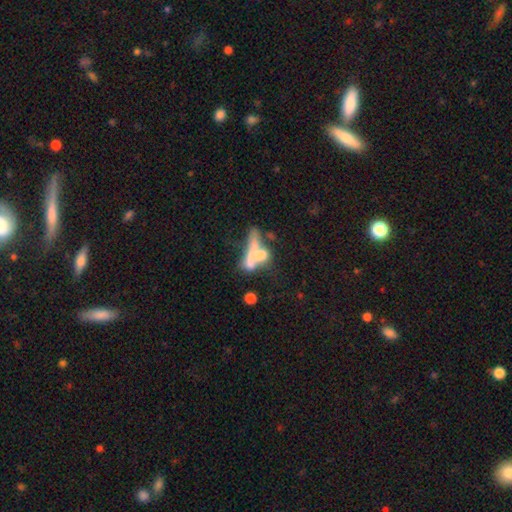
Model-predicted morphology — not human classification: This appears to be a smooth galaxy with no disk features (48%). Merging: merger (49%).